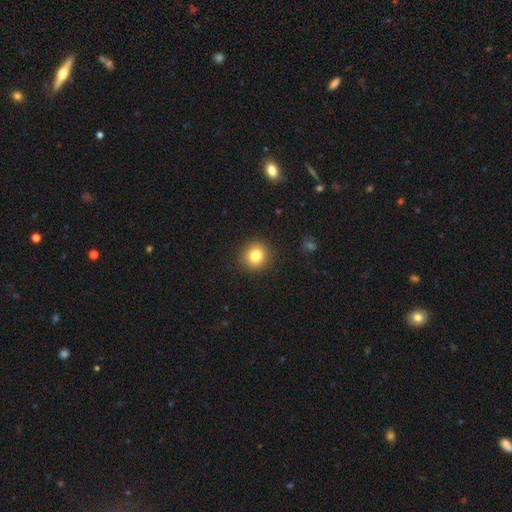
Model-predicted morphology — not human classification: Smooth or featured? Predicted: smooth (p=0.82). How rounded? Predicted: round (p=0.92). Merging? Predicted: none (p=0.91).